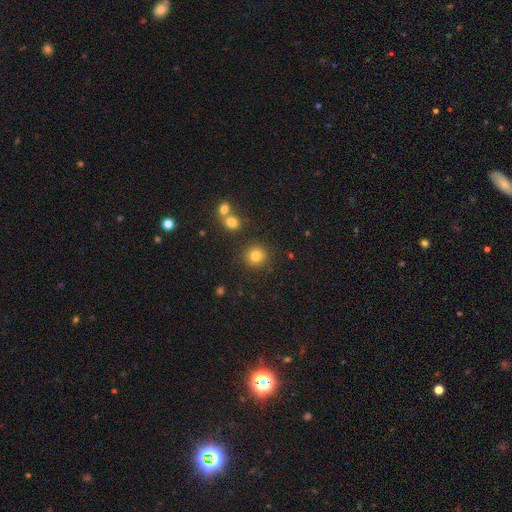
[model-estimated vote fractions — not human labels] Q: Smooth or featured?
A: smooth (81%); runner-up: star or artifact (13%)
Q: How rounded?
A: round (92%); runner-up: in between (7%)
Q: Merging?
A: none (86%); runner-up: minor disturbance (7%)